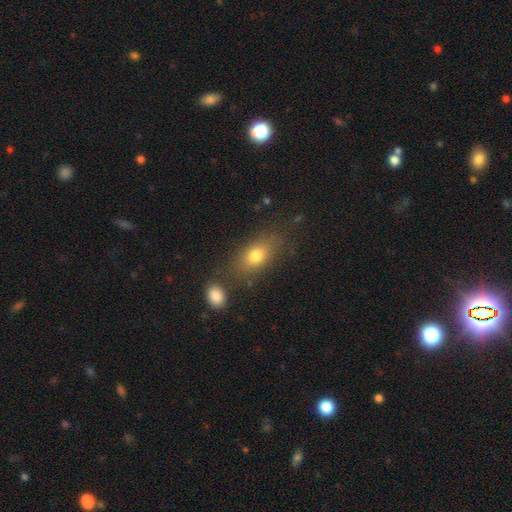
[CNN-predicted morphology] This appears to be a smooth galaxy with no disk features (75%) that is in between round and cigar-shaped (78%). Merging: none (72%).